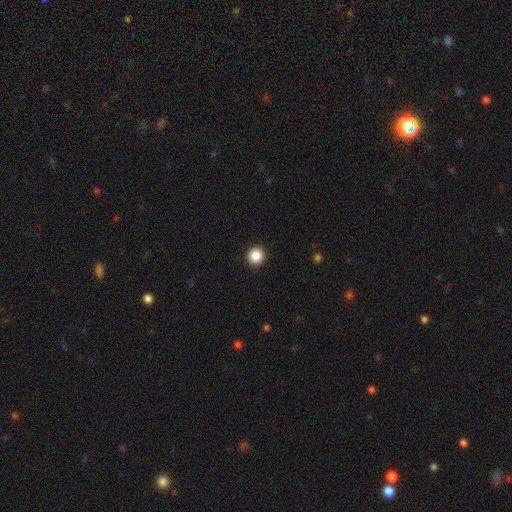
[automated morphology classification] This appears to be a smooth galaxy with no disk features (87%) that is round (93%). Merging: none (93%).